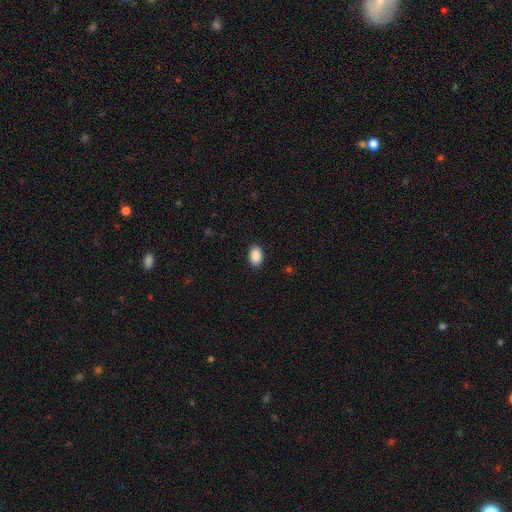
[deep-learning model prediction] This is clearly a smooth galaxy (90%). How rounded: clearly in between (87%). Merging: clearly none (89%).